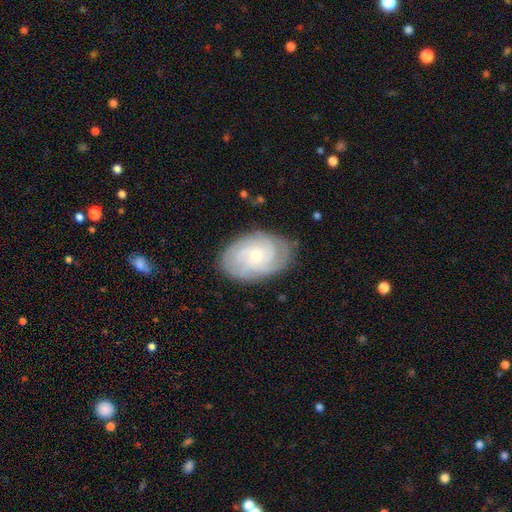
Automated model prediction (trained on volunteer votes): Smooth or featured? Predicted: featured or disk (p=0.74). Edge-on disk? Predicted: no (p=0.96). Bar? Predicted: no (p=0.70). Spiral arms? Predicted: yes (p=0.94). Spiral winding? Predicted: tight (p=0.68). Spiral arm count? Predicted: can't tell (p=0.35). Bulge size? Predicted: small (p=0.64). Merging? Predicted: none (p=0.80).